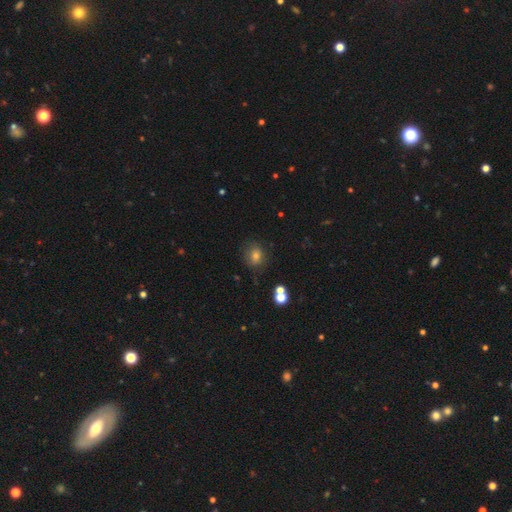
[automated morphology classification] Smooth or featured? Predicted: smooth (p=0.72). How rounded? Predicted: round (p=0.67). Merging? Predicted: none (p=0.79).